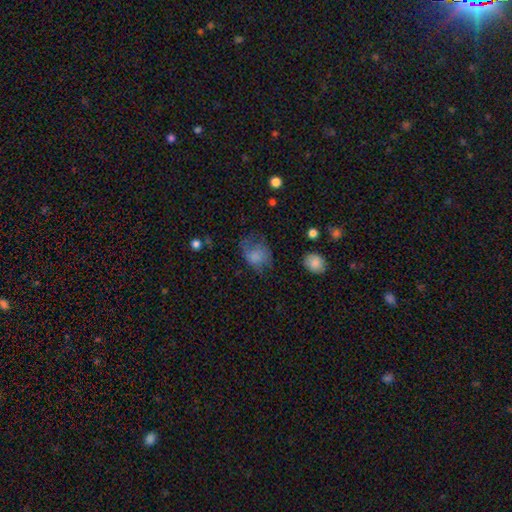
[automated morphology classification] Smooth or featured? Predicted: smooth (p=0.73). How rounded? Predicted: round (p=0.51). Merging? Predicted: none (p=0.41).